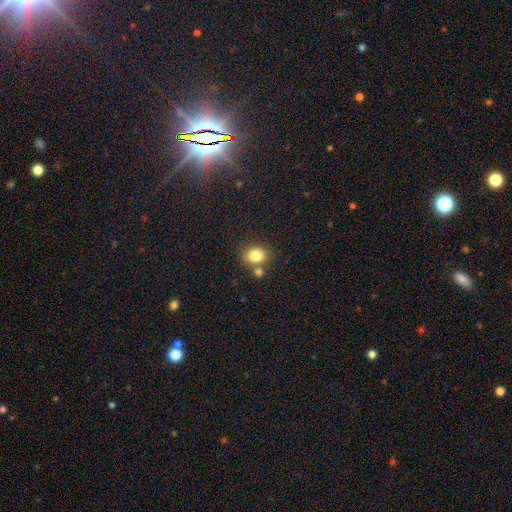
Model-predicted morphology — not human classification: Overall: smooth (82%). How rounded: round (51%; in between 48%). Merging: none (67%).